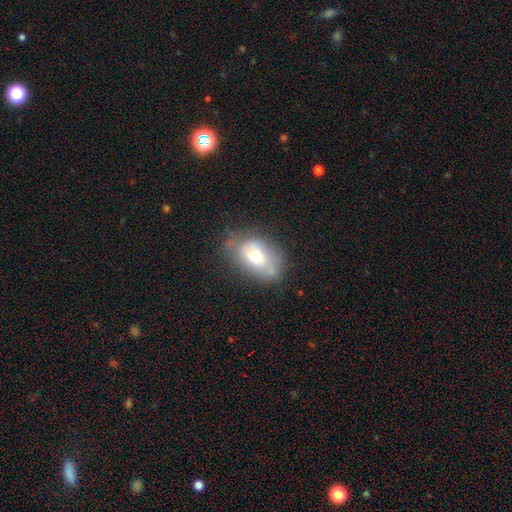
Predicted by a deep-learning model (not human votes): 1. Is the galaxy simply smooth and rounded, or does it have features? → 64% smooth, 27% featured or disk, 10% star or artifact.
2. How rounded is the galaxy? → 85% in between, 13% round, 2% cigar-shaped.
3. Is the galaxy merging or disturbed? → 56% none, 28% minor disturbance, 9% major disturbance, 7% merger.